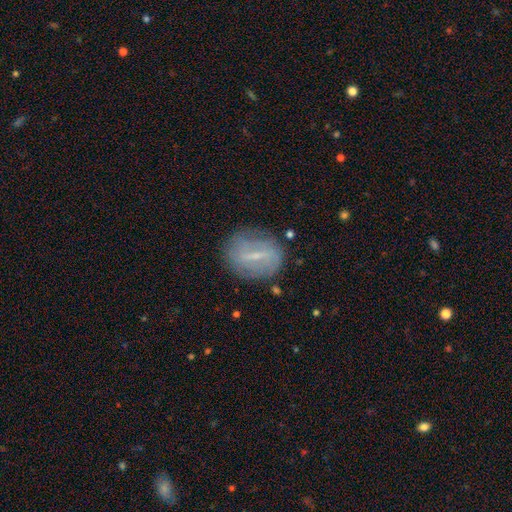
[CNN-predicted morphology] Smooth or featured? featured or disk (60%)
Edge-on disk? no (89%)
Bar? strong (52%)
Spiral arms? no (53%)
Bulge size? small (63%)
Merging? none (77%)